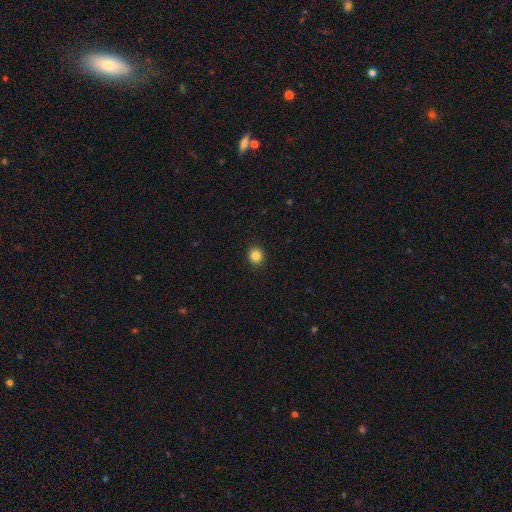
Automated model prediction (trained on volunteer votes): A smooth galaxy with no disk features (85%) that is round (85%).

Vote fractions:
- Smooth or featured? smooth: 85% / star or artifact: 11% / featured or disk: 4%
- How rounded? round: 85% / in between: 14% / cigar-shaped: 1%
- Merging? none: 92% / minor disturbance: 5% / major disturbance: 2% / merger: 1%